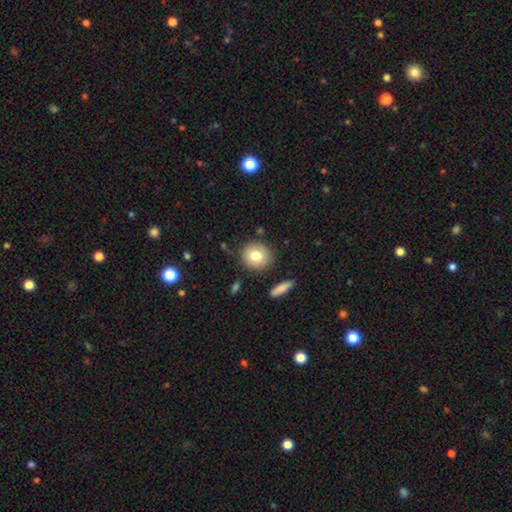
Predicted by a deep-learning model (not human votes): Overall: smooth (77%). How rounded: round (85%). Merging: none (84%).